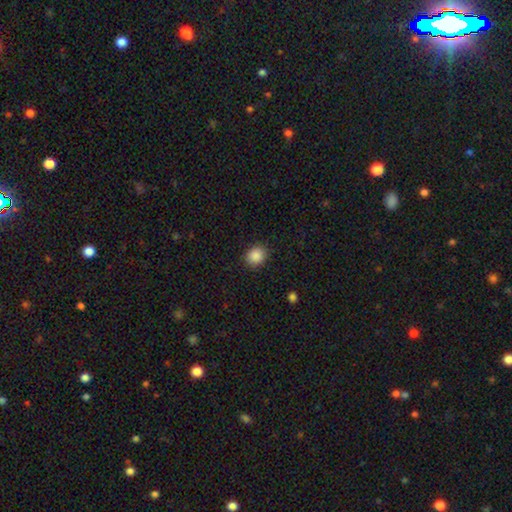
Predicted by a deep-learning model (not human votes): This appears to be a smooth galaxy with no disk features (88%) that is round (67%). Merging: none (88%).